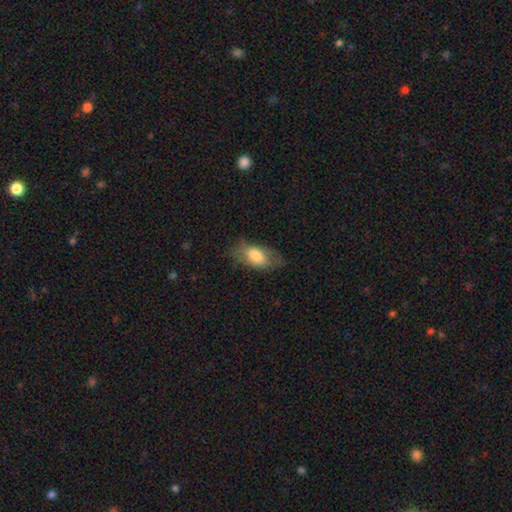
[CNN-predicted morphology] type=smooth (70%); roundness=in between (90%); merging=none (56%).